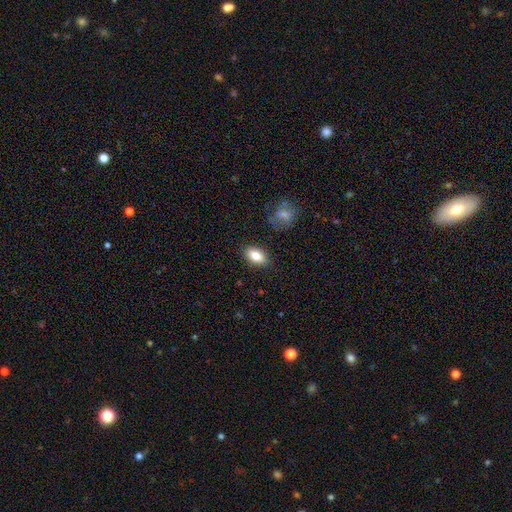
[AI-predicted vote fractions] Smooth or featured: smooth — 80% (featured or disk — 12%)
How rounded: in between — 90% (round — 6%)
Merging: none — 86% (minor disturbance — 10%)